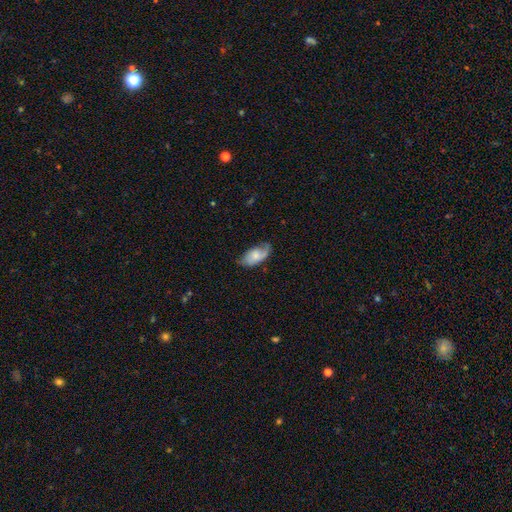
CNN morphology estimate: Smooth or featured?
  - smooth: 53% *
  - featured or disk: 40%
  - star or artifact: 6%
How rounded?
  - in between: 93% *
  - cigar-shaped: 4%
  - round: 3%
Merging?
  - none: 56% *
  - minor disturbance: 30%
  - major disturbance: 12%
  - merger: 2%